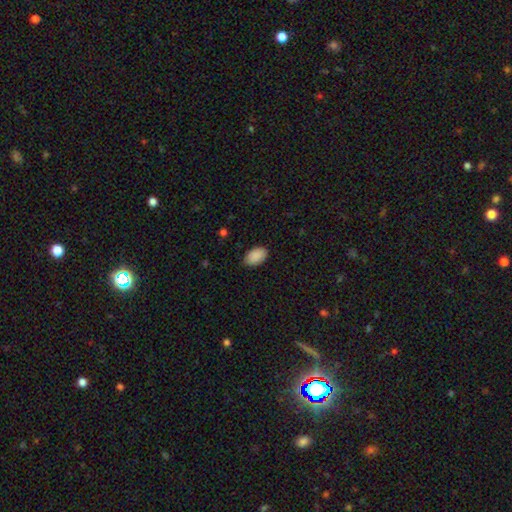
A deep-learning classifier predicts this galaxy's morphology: Smooth or featured: smooth — 90% (star or artifact — 7%)
How rounded: in between — 92% (round — 7%)
Merging: none — 85% (minor disturbance — 12%)